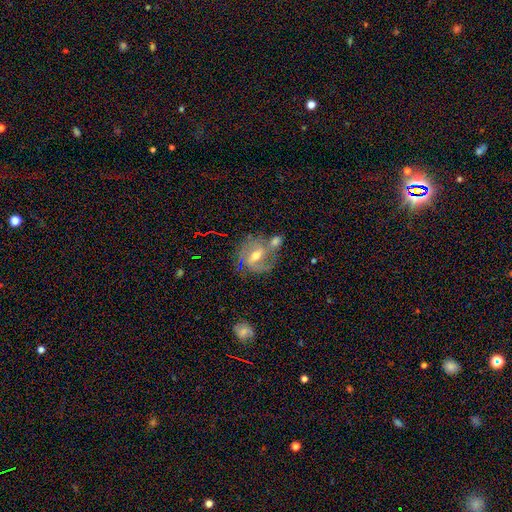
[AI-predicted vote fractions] Smooth or featured? Predicted: featured or disk (p=0.71). Edge-on disk? Predicted: no (p=0.95). Bar? Predicted: weak (p=0.51). Spiral arms? Predicted: yes (p=0.83). Spiral winding? Predicted: medium (p=0.46). Spiral arm count? Predicted: 2 (p=0.65). Bulge size? Predicted: moderate (p=0.70). Merging? Predicted: none (p=0.48).